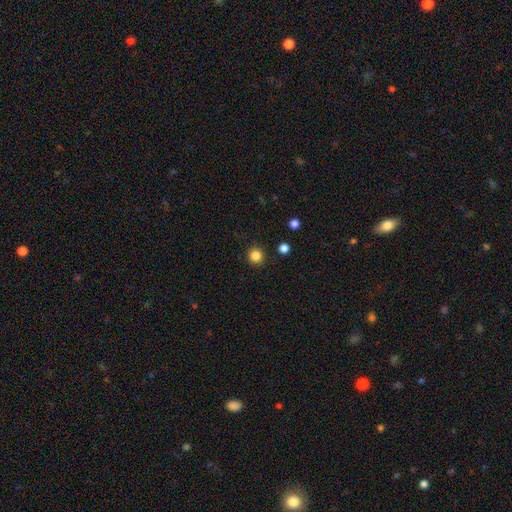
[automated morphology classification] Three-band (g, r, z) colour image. It shows a smooth galaxy with no disk features (85%) that is round (95%). Merging: none (91%).